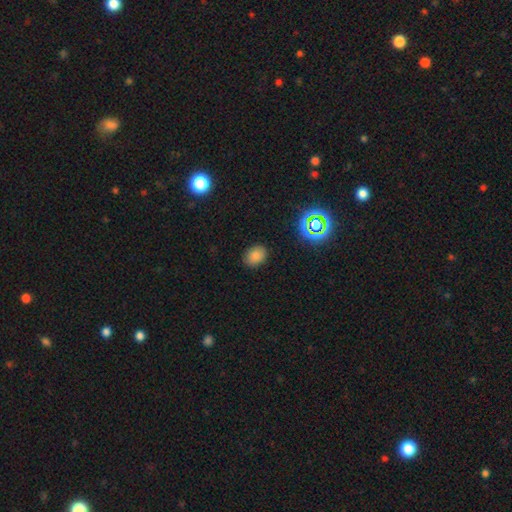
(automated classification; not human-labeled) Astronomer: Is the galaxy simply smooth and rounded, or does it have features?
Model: smooth — 80%.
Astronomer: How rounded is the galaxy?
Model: in between — 65%.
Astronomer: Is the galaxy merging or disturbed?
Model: none — 86%.